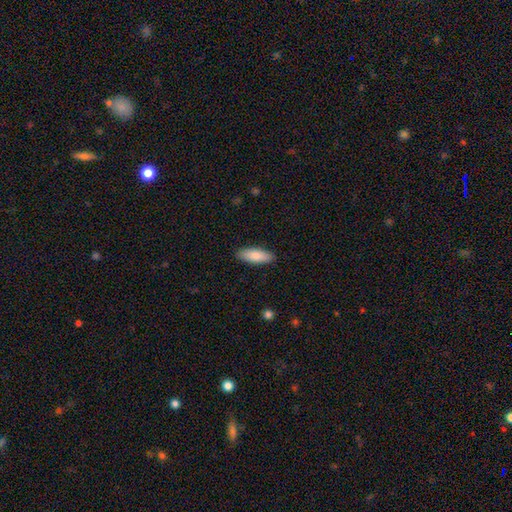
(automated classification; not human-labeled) Morphology: type=smooth (85%); roundness=in between (69%); merging=none (89%).